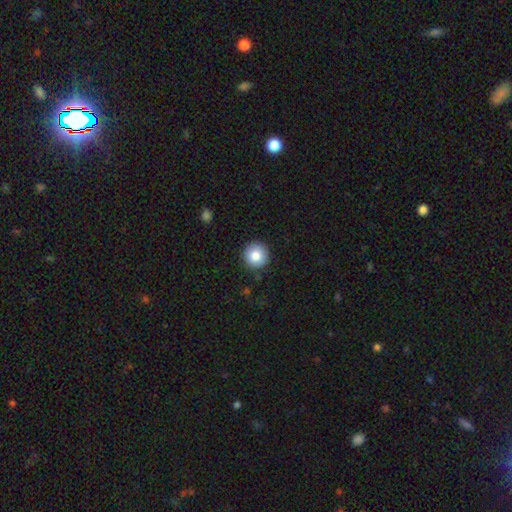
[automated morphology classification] A smooth galaxy with no disk features (84%) that is round (96%). Merging: none (90%).